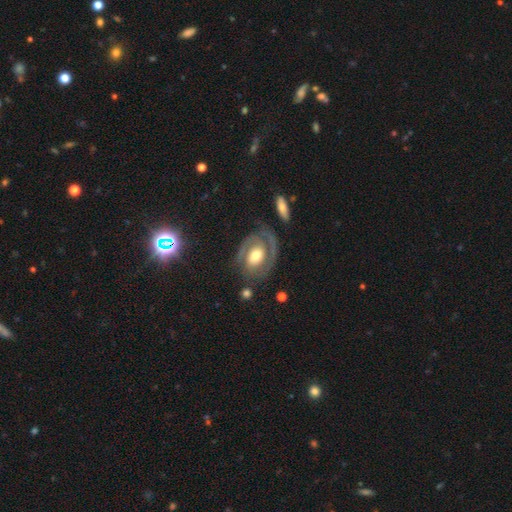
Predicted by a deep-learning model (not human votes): featured or disk 84%, smooth 10%, star or artifact 5%. Down the decision tree: edge-on disk — no (97%); bar — no (53%); spiral arms — yes (92%); spiral arm count — 2 (76%); spiral winding — tight (53%); bulge size — moderate (64%); merging — none (71%).